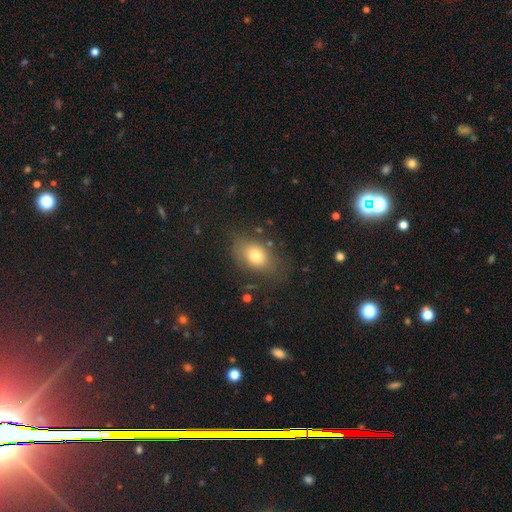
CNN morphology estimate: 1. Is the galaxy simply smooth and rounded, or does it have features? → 74% smooth, 14% featured or disk, 12% star or artifact.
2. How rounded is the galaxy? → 77% in between, 21% round, 2% cigar-shaped.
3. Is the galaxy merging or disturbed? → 75% none, 17% minor disturbance, 7% major disturbance, 2% merger.